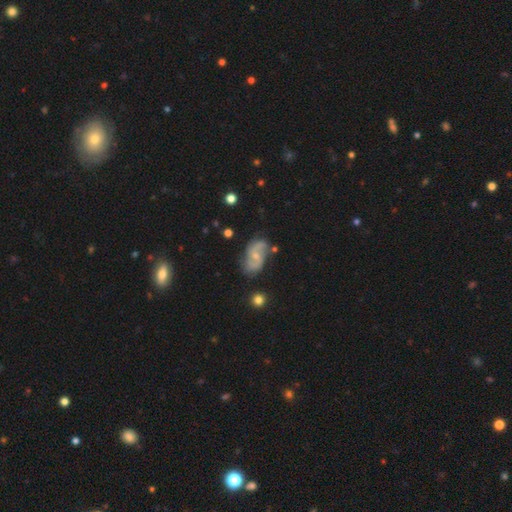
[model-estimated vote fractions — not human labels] smooth-or-featured: featured or disk: 79% | smooth: 14% | star or artifact: 7%
  disk-edge-on: no: 97% | yes: 3%
    bar: no: 51% | weak: 41% | strong: 8%
    has-spiral-arms: yes: 94% | no: 6%
      spiral-winding: medium: 43% | loose: 41% | tight: 16%
      spiral-arm-count: 2: 87% | can't tell: 6% | 3: 2% | 1: 2% | 4: 1% | more than 4: 1%
    bulge-size: small: 63% | moderate: 30% | none: 4% | large: 1% | dominant: 1%
  merging: none: 70% | minor disturbance: 20% | major disturbance: 6% | merger: 4%